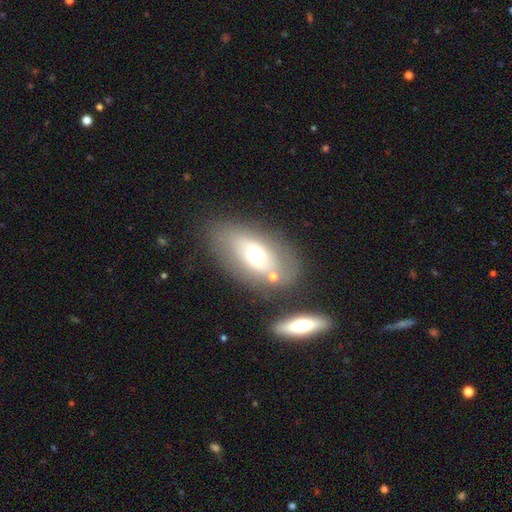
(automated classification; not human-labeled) Smooth or featured: smooth — 54% (featured or disk — 36%)
How rounded: in between — 86% (round — 10%)
Merging: none — 66% (minor disturbance — 14%)